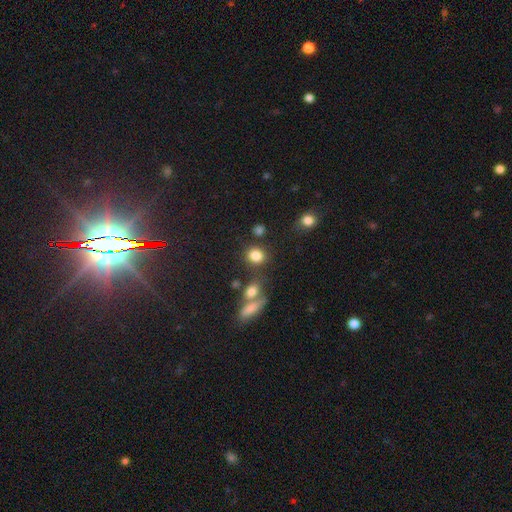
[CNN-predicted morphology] This appears to be a smooth galaxy with no disk features (83%) that is round (67%). Merging: none (69%).